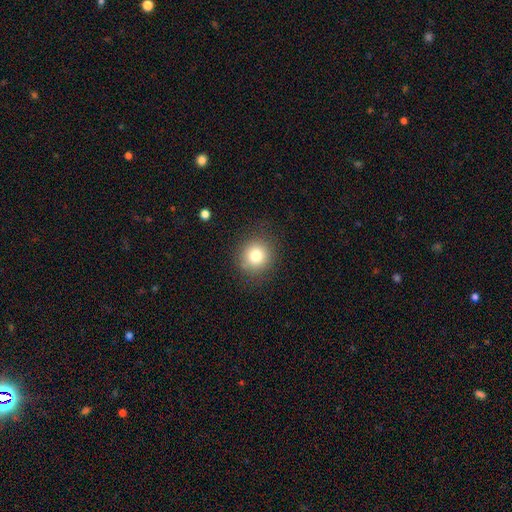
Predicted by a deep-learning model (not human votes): Smooth or featured?
  - smooth: 80% *
  - star or artifact: 11%
  - featured or disk: 9%
How rounded?
  - round: 87% *
  - in between: 13%
  - cigar-shaped: 1%
Merging?
  - none: 85% *
  - minor disturbance: 10%
  - major disturbance: 4%
  - merger: 1%